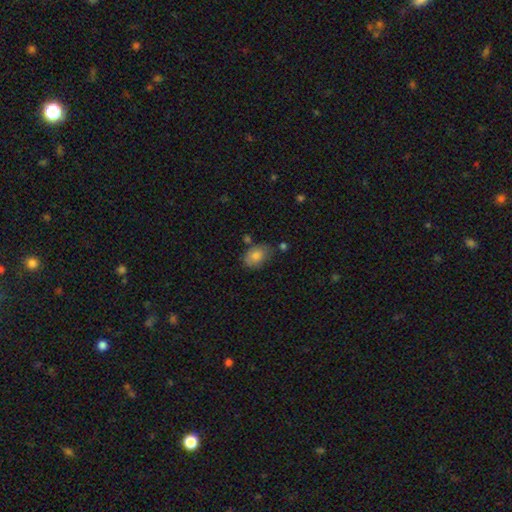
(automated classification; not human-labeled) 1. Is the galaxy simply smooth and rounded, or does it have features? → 81% smooth, 11% featured or disk, 8% star or artifact.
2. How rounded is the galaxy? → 82% in between, 17% round, 1% cigar-shaped.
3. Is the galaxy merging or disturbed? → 64% none, 24% minor disturbance, 7% merger, 5% major disturbance.